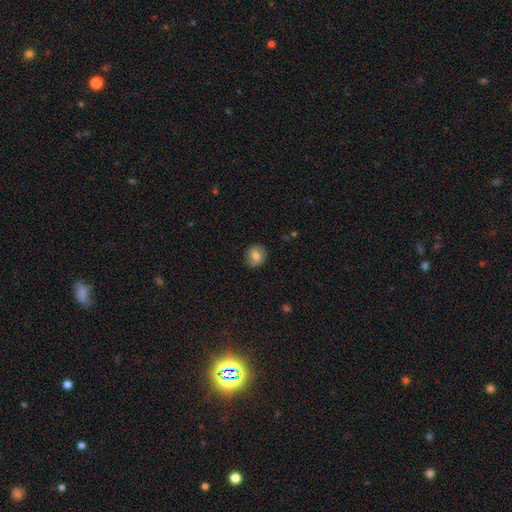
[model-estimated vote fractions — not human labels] This is likely a smooth galaxy (75%). How rounded: likely round (76%). Merging: clearly none (85%).